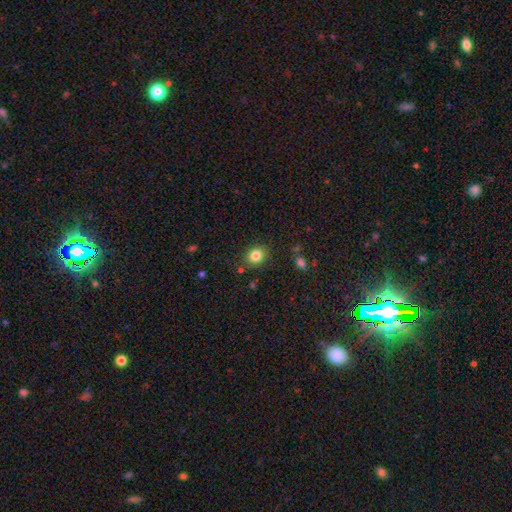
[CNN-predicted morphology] Q: Smooth or featured?
A: smooth (83%); runner-up: star or artifact (11%)
Q: How rounded?
A: round (66%); runner-up: in between (33%)
Q: Merging?
A: none (84%); runner-up: minor disturbance (11%)